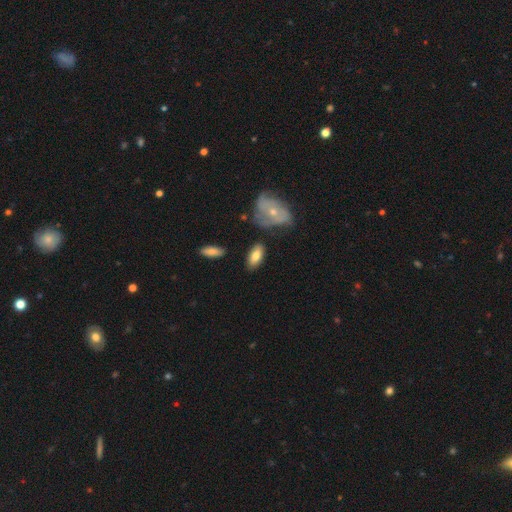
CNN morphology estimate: The model was most divided on "smooth or featured": smooth: 77%, featured or disk: 17%, star or artifact: 6%. More confident: how rounded — in between (90%); merging — none (76%).